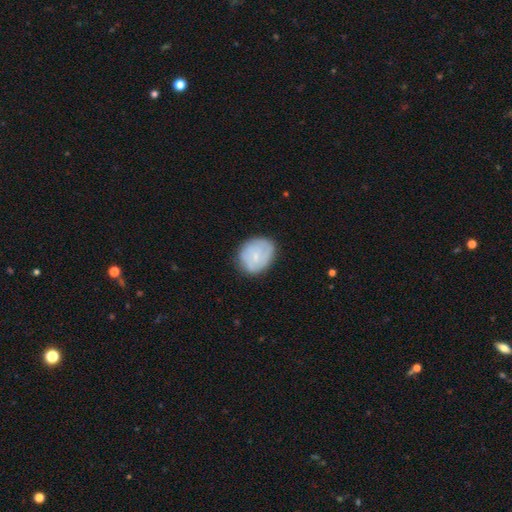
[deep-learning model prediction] Morphology: type=smooth (58%); roundness=round (52%); merging=none (76%).